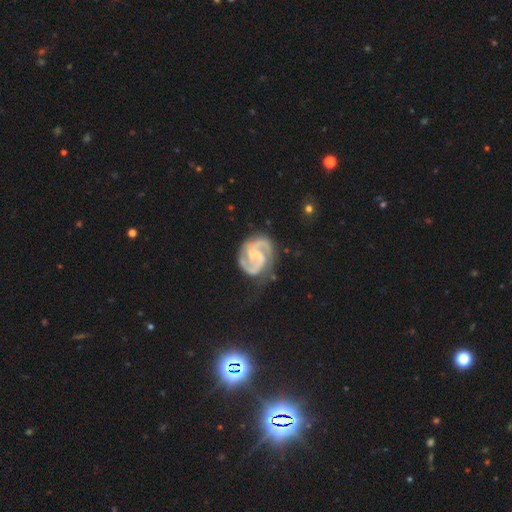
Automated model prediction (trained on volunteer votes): Overall: featured or disk (90%). Edge-on disk: no (98%). Bar: weak (47%; no 32%). Spiral arms: yes (98%). Spiral arm count: 2 (89%). Spiral winding: medium (53%; tight 36%). Bulge size: small (40%; none 38%). Merging: none (69%).